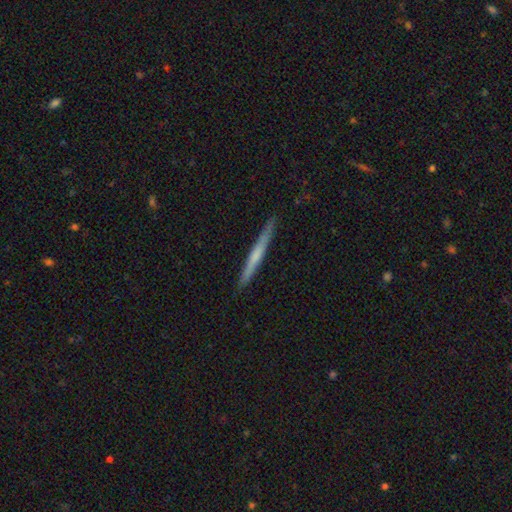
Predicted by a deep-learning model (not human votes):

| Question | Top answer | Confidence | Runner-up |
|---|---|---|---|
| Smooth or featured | featured or disk | 48% | smooth (46%) |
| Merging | none | 90% | minor disturbance (8%) |